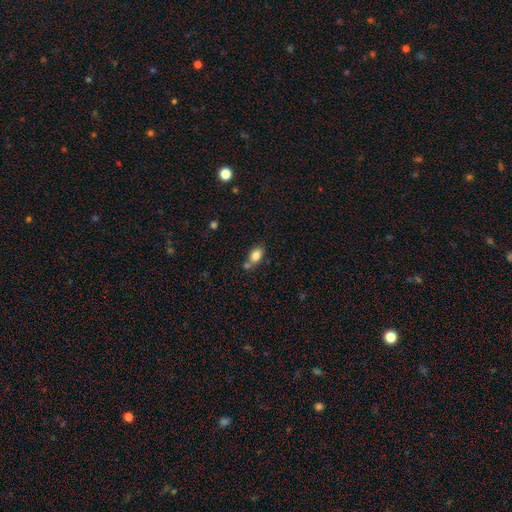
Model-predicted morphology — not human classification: smooth_or_featured: smooth (p=0.82) [alt: featured or disk p=0.09]
how_rounded: in between (p=0.86) [alt: round p=0.10]
merging: none (p=0.52) [alt: merger p=0.29]